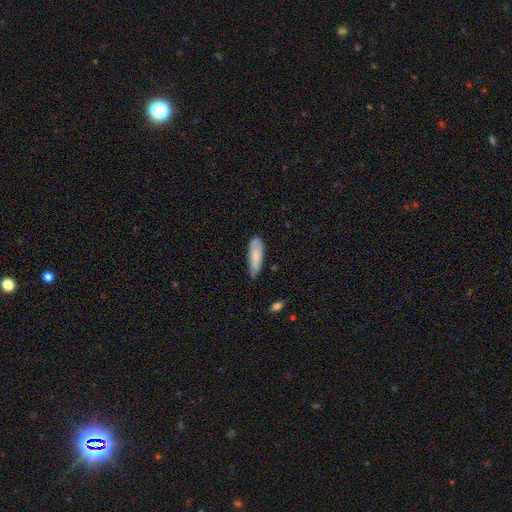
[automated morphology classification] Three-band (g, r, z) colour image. It shows a smooth galaxy with no disk features (75%) that is in between round and cigar-shaped (50%). Merging: none (61%).